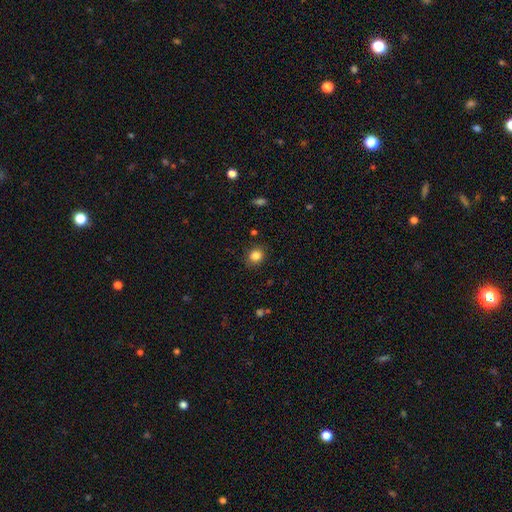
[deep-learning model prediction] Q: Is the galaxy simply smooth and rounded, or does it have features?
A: smooth — 85%.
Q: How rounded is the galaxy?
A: round — 73%.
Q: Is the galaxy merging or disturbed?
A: none — 87%.